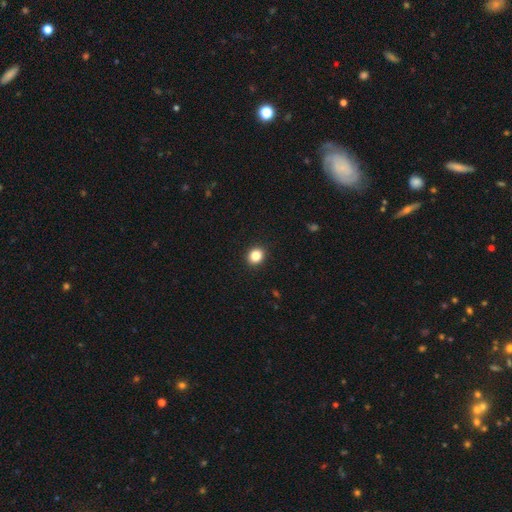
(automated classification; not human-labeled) This is clearly a smooth galaxy (85%). How rounded: likely round (77%). Merging: clearly none (92%).